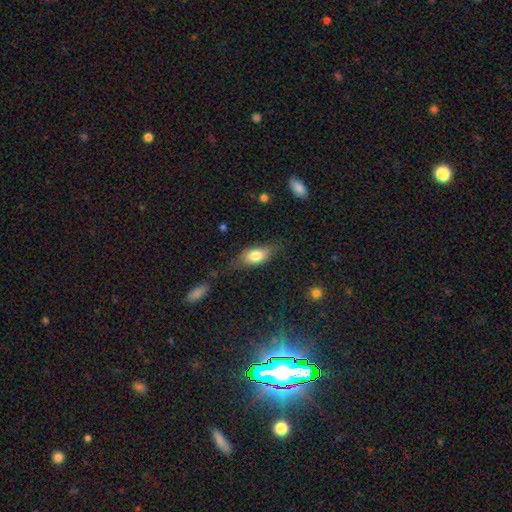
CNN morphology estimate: This appears to be a smooth galaxy with no disk features (75%) that is in between round and cigar-shaped (84%). Merging: none (63%).